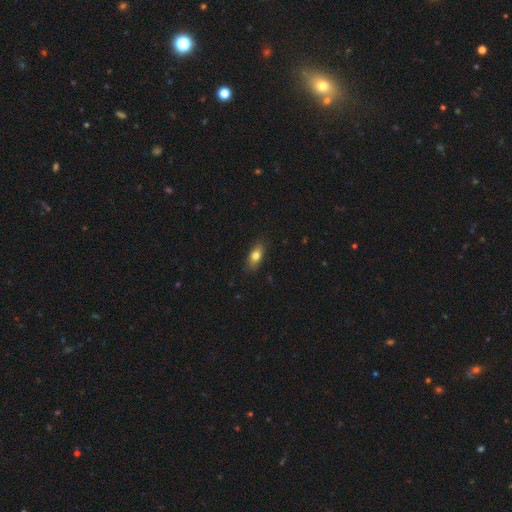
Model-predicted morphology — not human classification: type=smooth (78%); roundness=in between (81%); merging=none (84%).